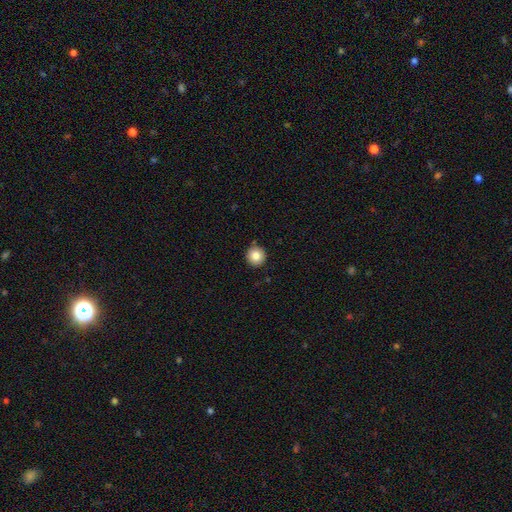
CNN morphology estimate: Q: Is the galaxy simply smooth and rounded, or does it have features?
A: smooth — 85%.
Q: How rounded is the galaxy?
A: round — 96%.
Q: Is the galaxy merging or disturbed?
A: none — 89%.